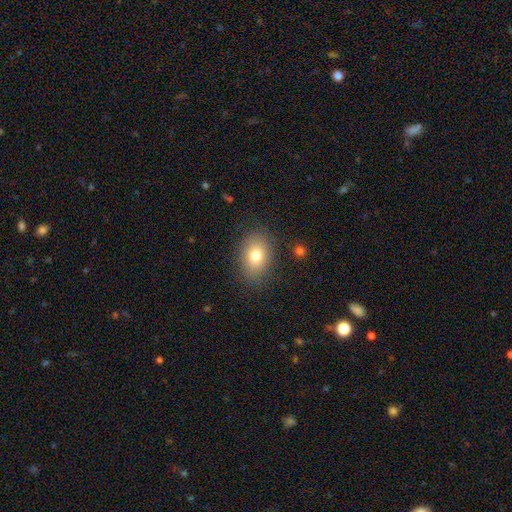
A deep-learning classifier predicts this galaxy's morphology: Smooth or featured?
  - smooth: 76% *
  - featured or disk: 13%
  - star or artifact: 10%
How rounded?
  - in between: 76% *
  - round: 22%
  - cigar-shaped: 1%
Merging?
  - none: 84% *
  - minor disturbance: 11%
  - major disturbance: 4%
  - merger: 1%